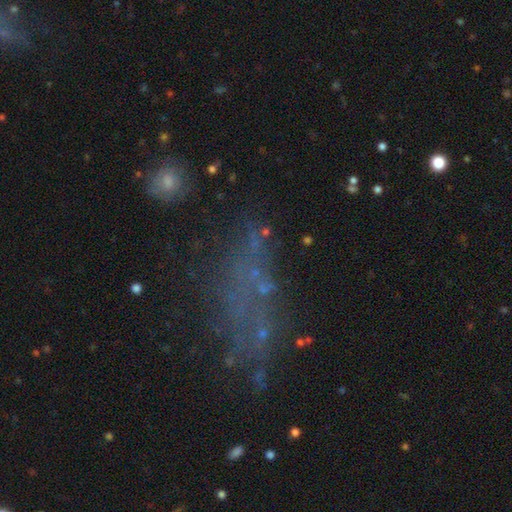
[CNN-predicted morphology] A star or artifact, not a galaxy (37%).